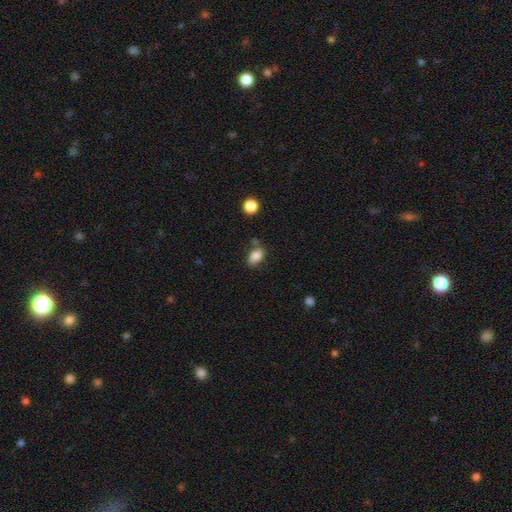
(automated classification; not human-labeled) This appears to be a smooth galaxy with no disk features (82%) that is in between round and cigar-shaped (87%). Merging: none (71%).